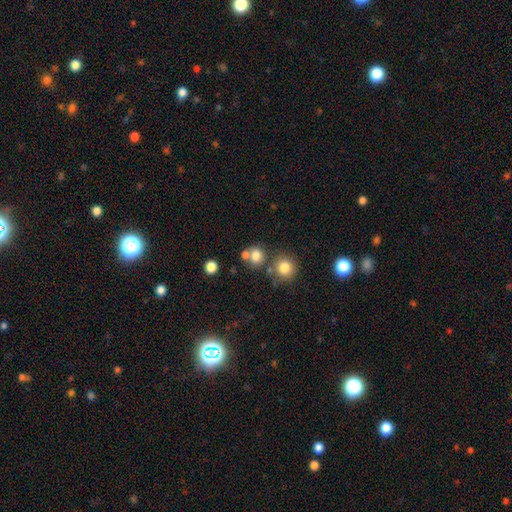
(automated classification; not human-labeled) A smooth galaxy with no disk features (76%) that is round (74%). Merging: none (53%).